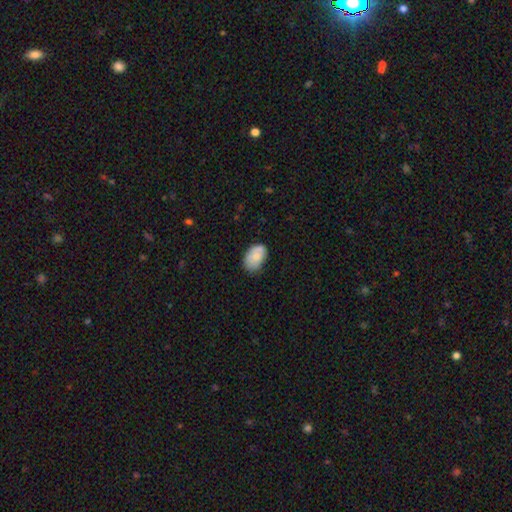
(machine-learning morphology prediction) smooth-or-featured: smooth: 80% | featured or disk: 13% | star or artifact: 7%
  how-rounded: in between: 89% | round: 10% | cigar-shaped: 1%
  merging: none: 66% | minor disturbance: 27% | major disturbance: 6% | merger: 2%